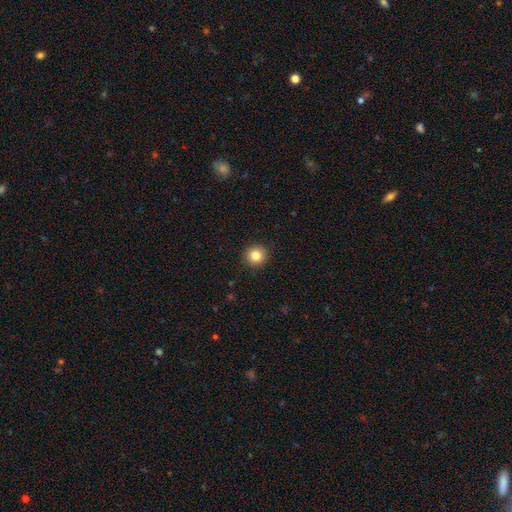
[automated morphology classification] Smooth or featured? smooth (83%)
How rounded? round (93%)
Merging? none (92%)